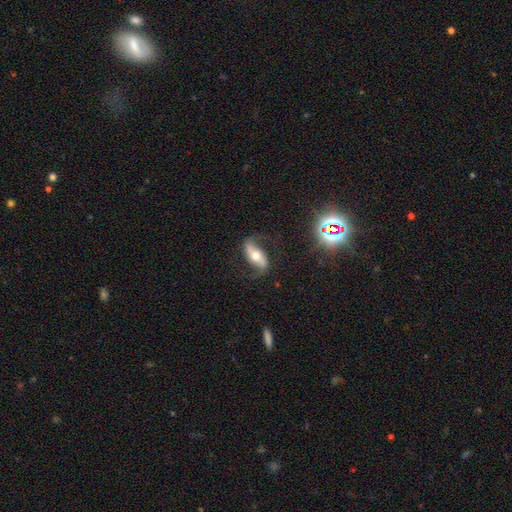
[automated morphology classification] featured or disk 77%, smooth 15%, star or artifact 7%. Down the decision tree: edge-on disk — no (89%); bar — strong (41%); spiral arms — yes (91%); spiral arm count — 2 (92%); spiral winding — loose (69%); bulge size — moderate (68%); merging — none (74%).